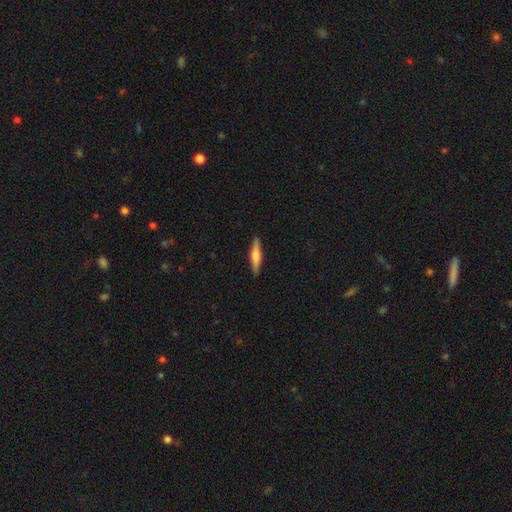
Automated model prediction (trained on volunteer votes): smooth_or_featured: featured or disk (p=0.50) [alt: smooth p=0.44]
disk_edge_on: yes (p=0.96) [alt: no p=0.04]
merging: none (p=0.90) [alt: minor disturbance p=0.07]